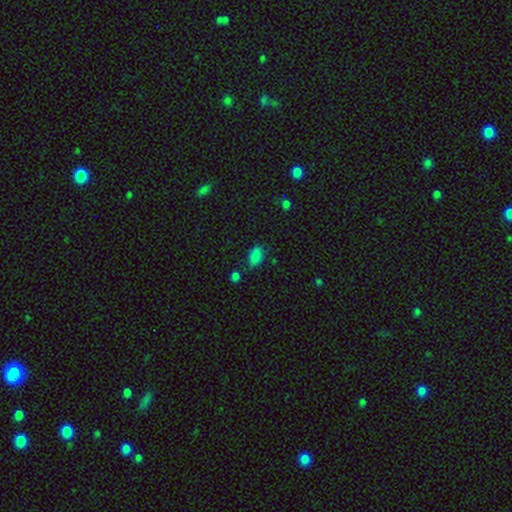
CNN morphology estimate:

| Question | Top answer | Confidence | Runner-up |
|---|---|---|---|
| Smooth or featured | smooth | 83% | star or artifact (13%) |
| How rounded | in between | 91% | round (7%) |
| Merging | none | 68% | minor disturbance (21%) |